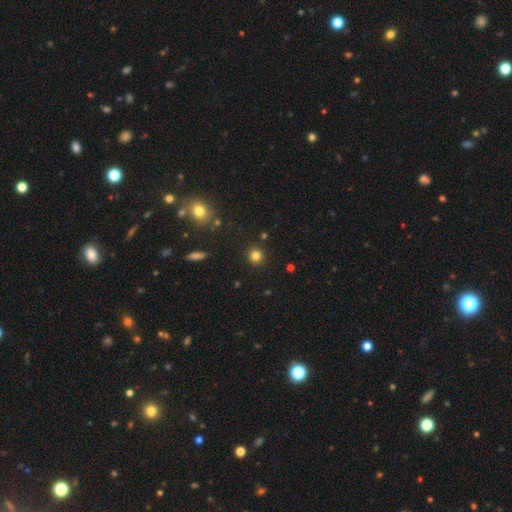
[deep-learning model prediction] smooth_or_featured: smooth (p=0.81) [alt: star or artifact p=0.14]
how_rounded: round (p=0.92) [alt: in between p=0.07]
merging: none (p=0.91) [alt: minor disturbance p=0.06]